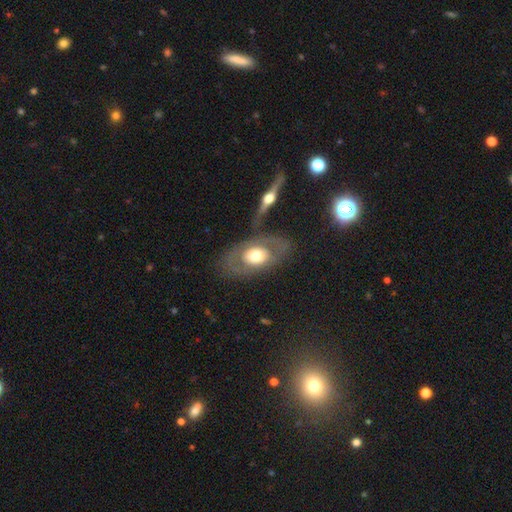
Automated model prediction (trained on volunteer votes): The model was most divided on "smooth or featured": featured or disk: 52%, smooth: 42%, star or artifact: 6%. More confident: edge-on disk — no (85%); merging — none (65%).